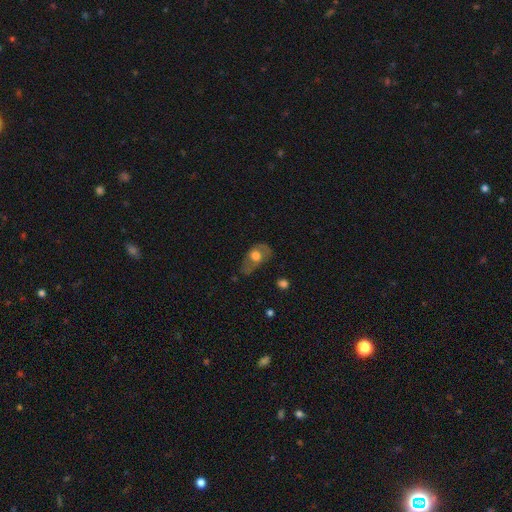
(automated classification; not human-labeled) Q: Smooth or featured?
A: smooth (53%); runner-up: featured or disk (38%)
Q: How rounded?
A: in between (80%); runner-up: round (17%)
Q: Merging?
A: none (39%); runner-up: minor disturbance (32%)